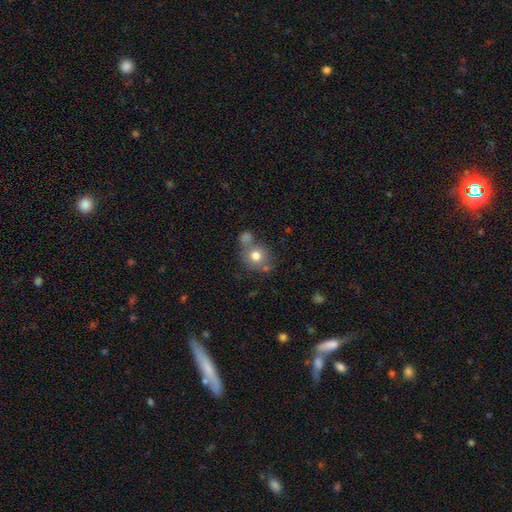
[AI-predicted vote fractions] smooth-or-featured: smooth: 75% | featured or disk: 15% | star or artifact: 10%
  how-rounded: round: 82% | in between: 17% | cigar-shaped: 1%
  merging: none: 51% | merger: 31% | minor disturbance: 13% | major disturbance: 5%